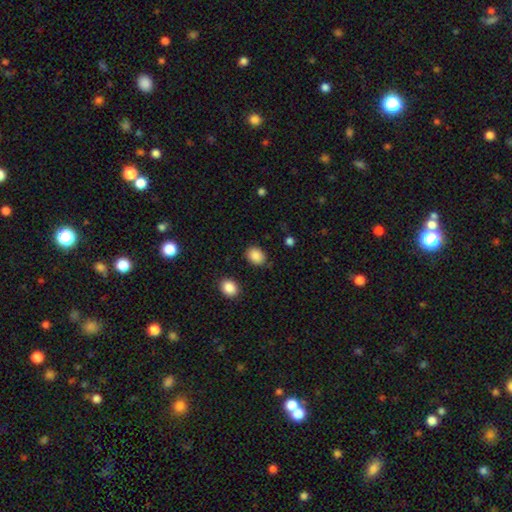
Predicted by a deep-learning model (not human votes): Smooth or featured: smooth — 88% (star or artifact — 8%)
How rounded: in between — 58% (round — 41%)
Merging: none — 81% (minor disturbance — 13%)